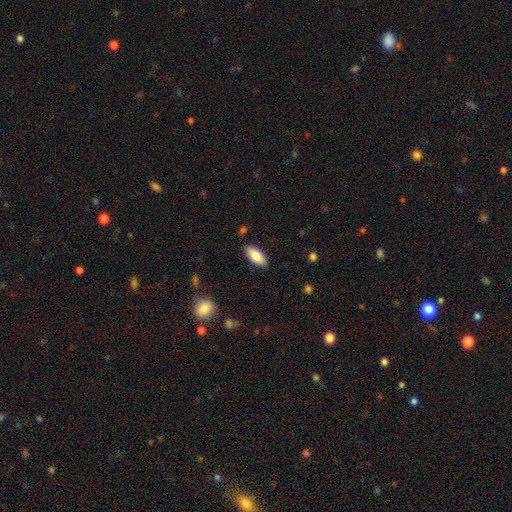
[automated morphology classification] Overall: smooth (82%). How rounded: in between (88%). Merging: none (86%).